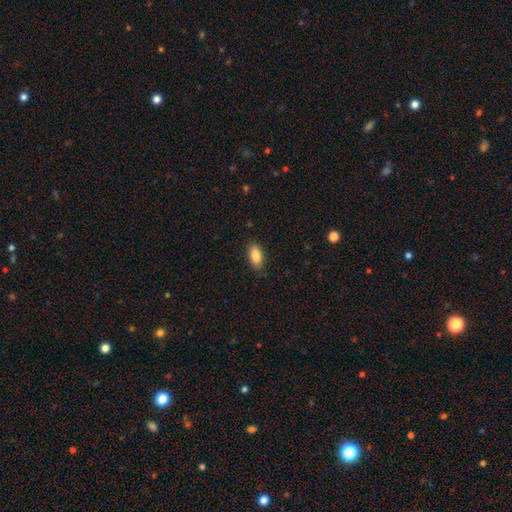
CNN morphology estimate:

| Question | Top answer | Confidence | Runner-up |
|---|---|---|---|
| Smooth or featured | smooth | 86% | star or artifact (7%) |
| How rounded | in between | 89% | cigar-shaped (8%) |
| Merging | none | 83% | minor disturbance (13%) |